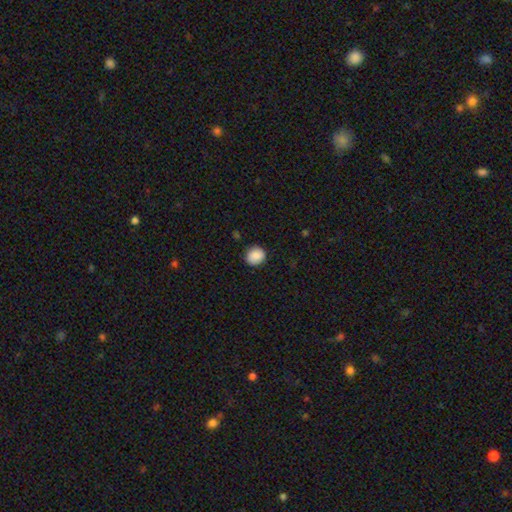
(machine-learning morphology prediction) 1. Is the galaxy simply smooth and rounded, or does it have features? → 89% smooth, 8% star or artifact, 3% featured or disk.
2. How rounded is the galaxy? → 81% round, 18% in between, 1% cigar-shaped.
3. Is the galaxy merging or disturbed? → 88% none, 9% minor disturbance, 2% major disturbance, 1% merger.